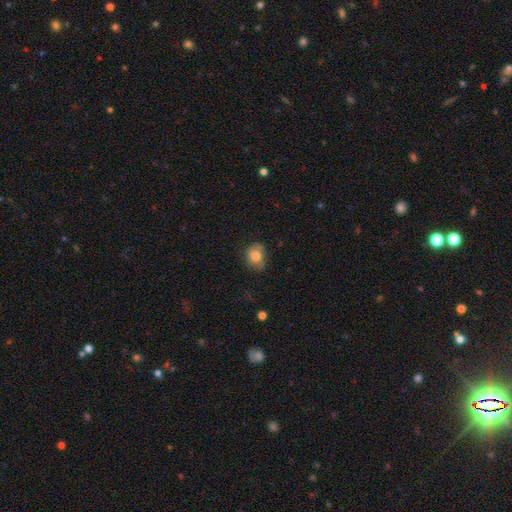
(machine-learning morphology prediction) Overall: smooth (79%). How rounded: round (53%; in between 46%). Merging: none (64%; minor disturbance 27%).